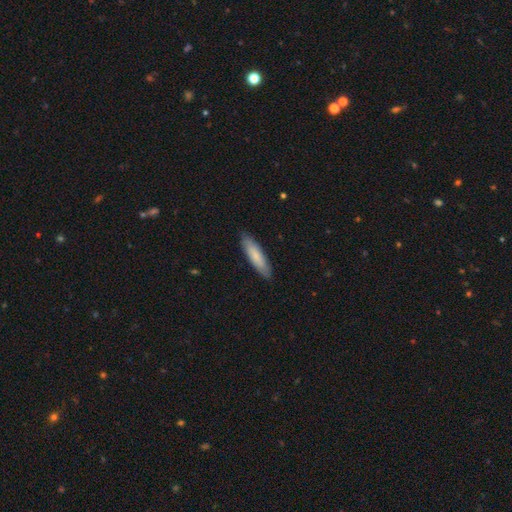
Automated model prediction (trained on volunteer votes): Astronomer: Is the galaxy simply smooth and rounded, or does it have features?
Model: smooth — 77%.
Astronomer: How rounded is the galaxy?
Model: cigar-shaped — 73%.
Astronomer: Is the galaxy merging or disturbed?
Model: none — 88%.